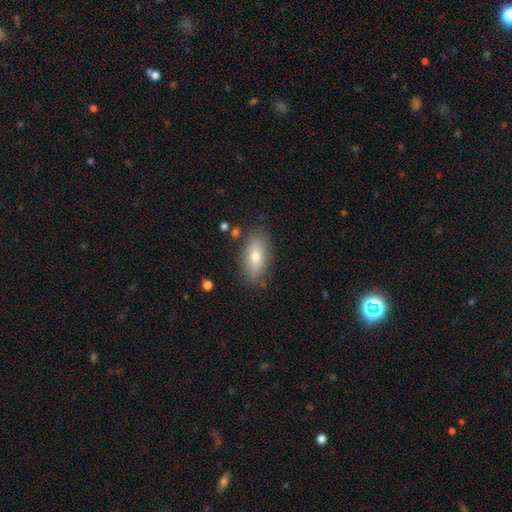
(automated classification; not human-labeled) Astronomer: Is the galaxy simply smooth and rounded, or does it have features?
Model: smooth — 75%.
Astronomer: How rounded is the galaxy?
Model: in between — 87%.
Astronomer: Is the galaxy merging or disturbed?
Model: none — 84%.